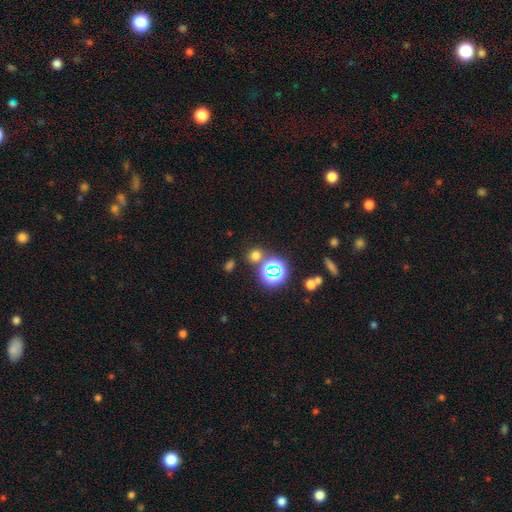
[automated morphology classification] smooth_or_featured: smooth (p=0.63) [alt: star or artifact p=0.31]
how_rounded: round (p=0.79) [alt: in between p=0.20]
merging: none (p=0.77) [alt: merger p=0.12]